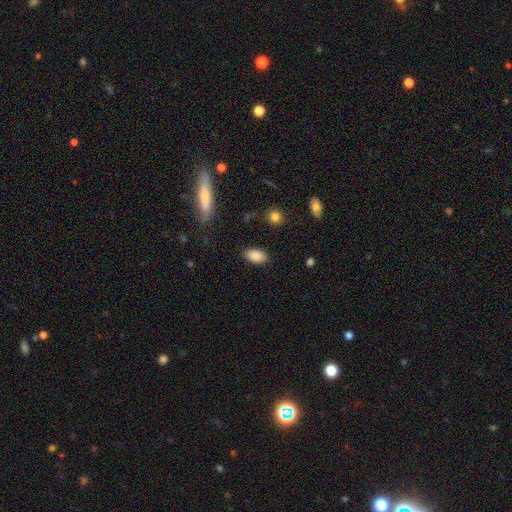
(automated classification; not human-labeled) This is clearly a smooth galaxy (87%). How rounded: clearly in between (92%). Merging: clearly none (86%).